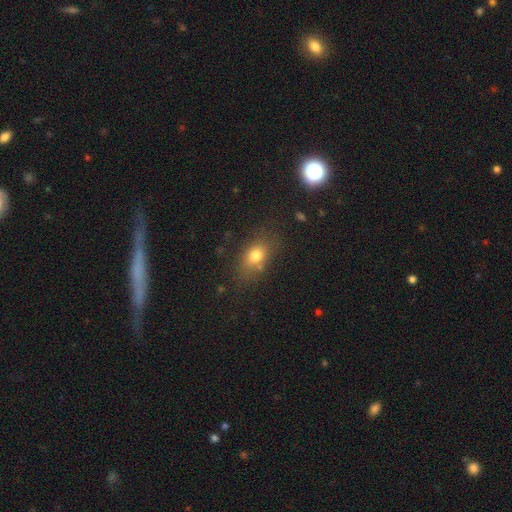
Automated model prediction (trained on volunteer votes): smooth-or-featured: smooth: 76% | featured or disk: 12% | star or artifact: 12%
  how-rounded: in between: 72% | round: 24% | cigar-shaped: 4%
  merging: none: 71% | minor disturbance: 17% | major disturbance: 7% | merger: 5%